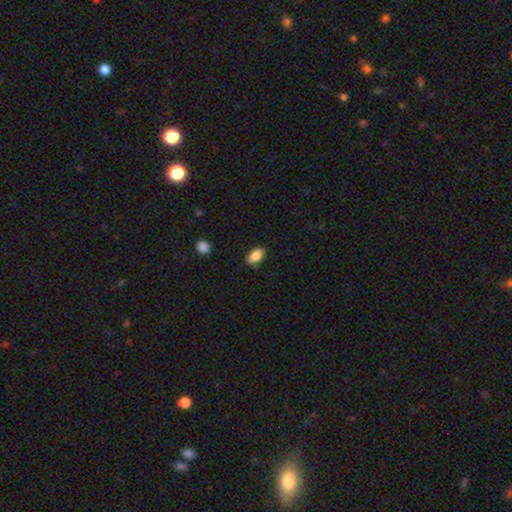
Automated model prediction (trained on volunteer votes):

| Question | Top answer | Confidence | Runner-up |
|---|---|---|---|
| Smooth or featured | smooth | 86% | star or artifact (7%) |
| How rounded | in between | 91% | cigar-shaped (5%) |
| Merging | none | 84% | minor disturbance (12%) |